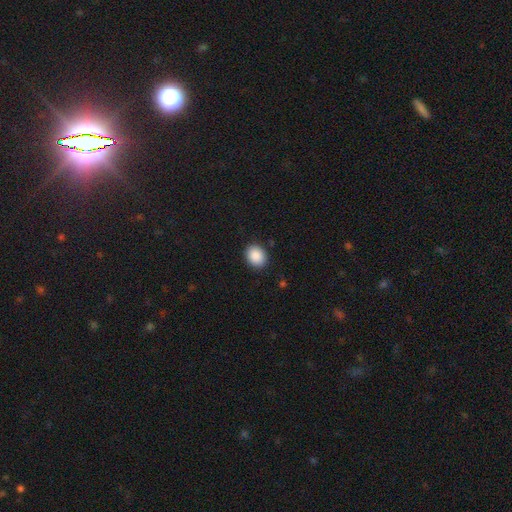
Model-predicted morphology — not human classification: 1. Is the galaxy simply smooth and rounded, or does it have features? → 89% smooth, 8% star or artifact, 3% featured or disk.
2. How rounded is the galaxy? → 50% in between, 49% round, 1% cigar-shaped.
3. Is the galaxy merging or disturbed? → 89% none, 7% minor disturbance, 2% major disturbance, 1% merger.